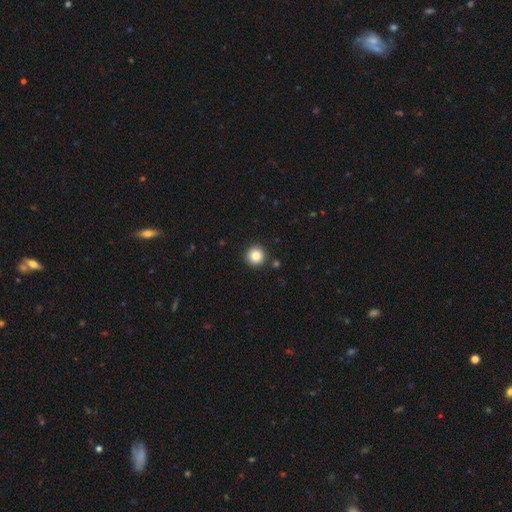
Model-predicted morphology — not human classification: This is clearly a smooth galaxy (85%). How rounded: clearly round (95%). Merging: clearly none (91%).